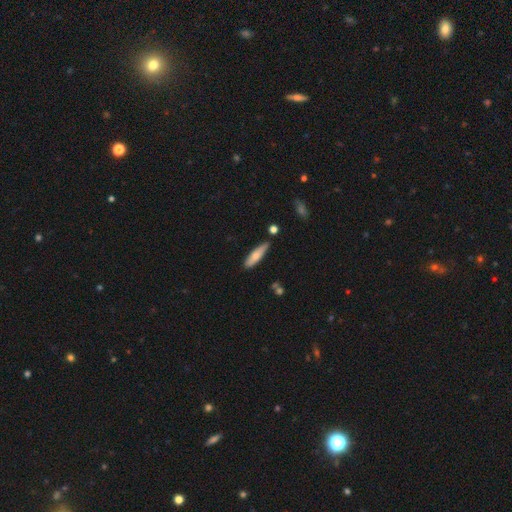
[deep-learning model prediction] This is likely a smooth galaxy (72%). How rounded: likely cigar-shaped (76%). Merging: likely none (80%).